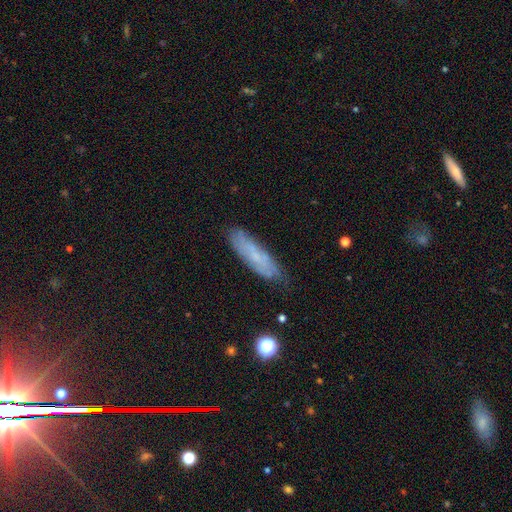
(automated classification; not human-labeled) Morphology: type=smooth (53%); roundness=cigar-shaped (66%); merging=none (75%).